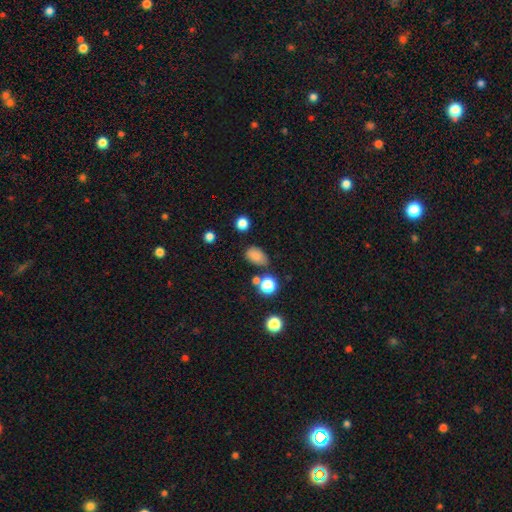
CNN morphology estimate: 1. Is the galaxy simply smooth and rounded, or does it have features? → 80% smooth, 14% star or artifact, 6% featured or disk.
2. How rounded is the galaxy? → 84% in between, 14% round, 2% cigar-shaped.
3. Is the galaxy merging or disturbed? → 67% none, 19% minor disturbance, 8% merger, 6% major disturbance.